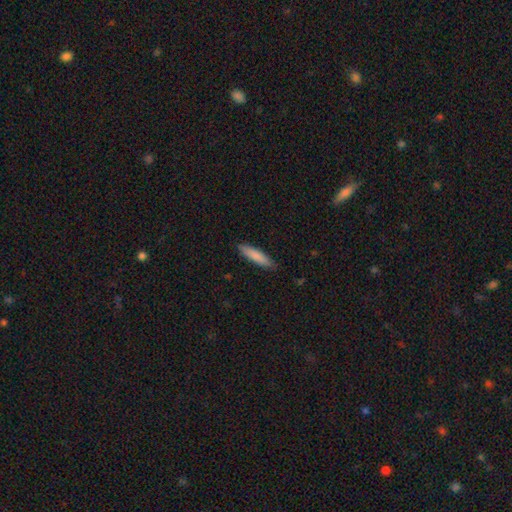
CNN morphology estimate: Smooth or featured? smooth (84%)
How rounded? cigar-shaped (81%)
Merging? none (87%)